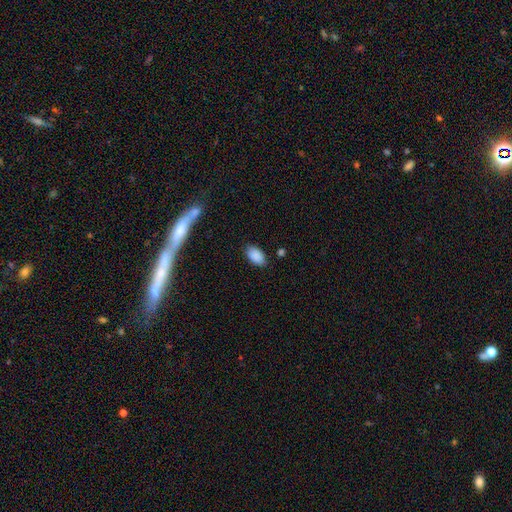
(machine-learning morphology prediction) Q: Smooth or featured?
A: smooth (88%); runner-up: star or artifact (7%)
Q: How rounded?
A: in between (94%); runner-up: round (5%)
Q: Merging?
A: none (82%); runner-up: minor disturbance (12%)